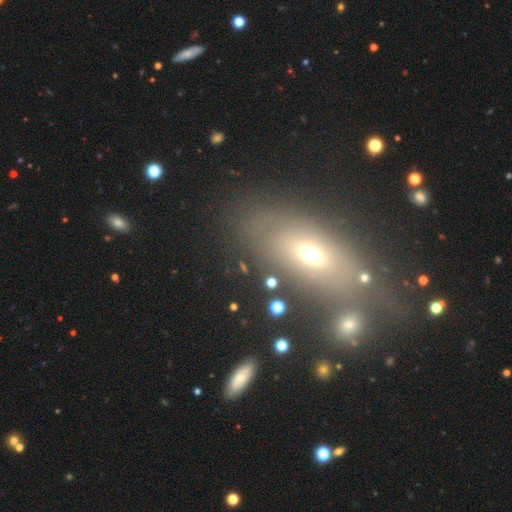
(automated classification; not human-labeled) A smooth galaxy with no disk features (52%) that is in between round and cigar-shaped (71%).

Vote fractions:
- Smooth or featured? smooth: 52% / featured or disk: 26% / star or artifact: 22%
- How rounded? in between: 71% / cigar-shaped: 16% / round: 13%
- Merging? none: 69% / minor disturbance: 13% / merger: 11% / major disturbance: 7%